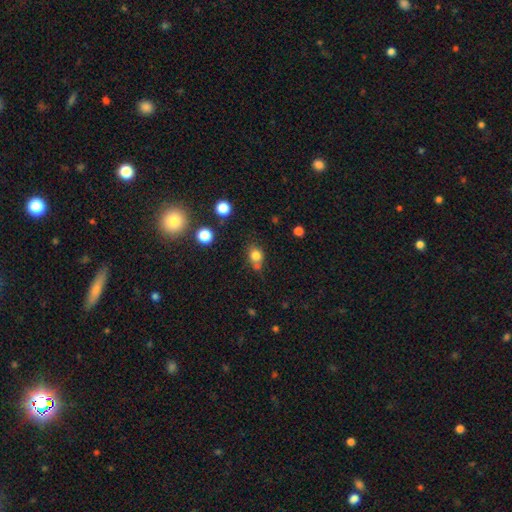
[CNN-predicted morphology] A smooth galaxy with no disk features (80%) that is round (60%).

Vote fractions:
- Smooth or featured? smooth: 80% / star or artifact: 13% / featured or disk: 8%
- How rounded? round: 60% / in between: 39% / cigar-shaped: 1%
- Merging? none: 58% / minor disturbance: 20% / merger: 16% / major disturbance: 6%